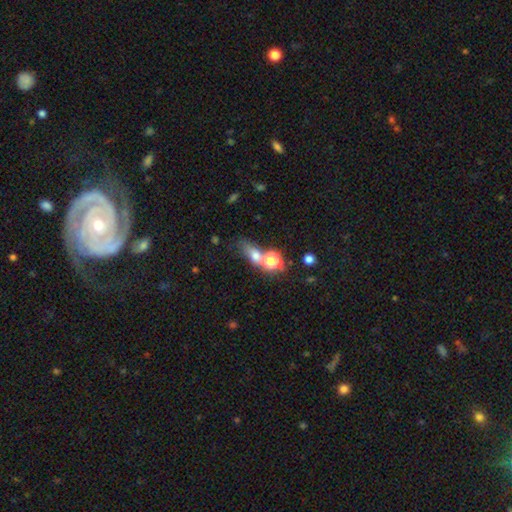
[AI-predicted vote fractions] A smooth galaxy with no disk features (61%) that is in between round and cigar-shaped (49%).

Vote fractions:
- Smooth or featured? smooth: 61% / star or artifact: 24% / featured or disk: 15%
- How rounded? in between: 49% / round: 41% / cigar-shaped: 10%
- Merging? none: 39% / merger: 38% / minor disturbance: 12% / major disturbance: 10%